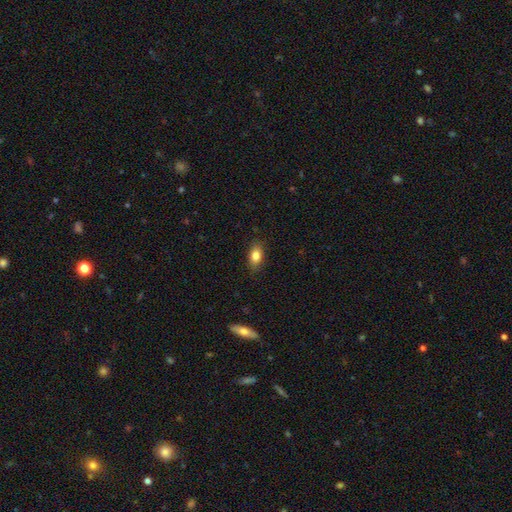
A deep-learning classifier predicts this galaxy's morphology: A smooth galaxy with no disk features (84%) that is in between round and cigar-shaped (86%). Merging: none (86%).